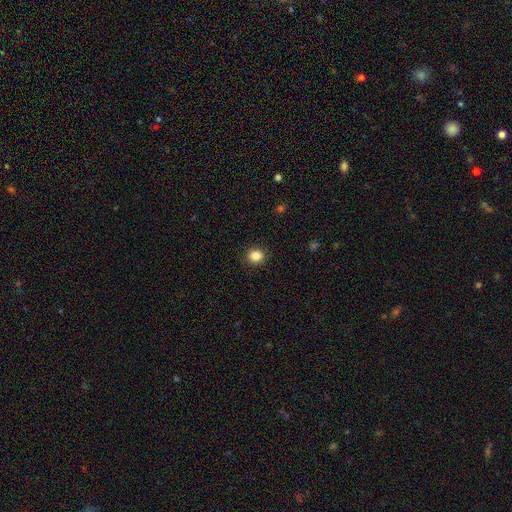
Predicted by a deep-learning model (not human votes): Morphology: type=smooth (86%); roundness=round (73%); merging=none (90%).